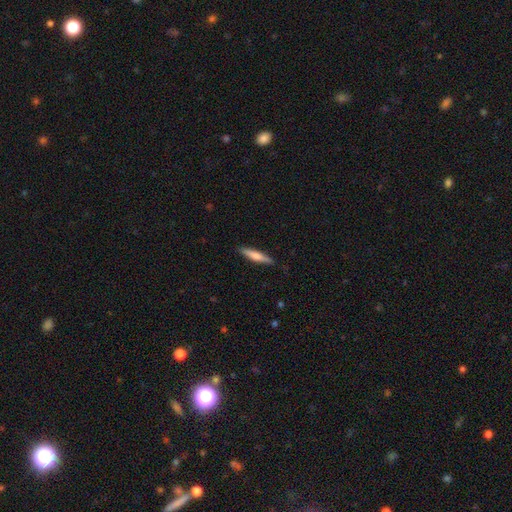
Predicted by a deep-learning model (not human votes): Morphology: type=smooth (61%); roundness=cigar-shaped (88%); merging=none (88%).